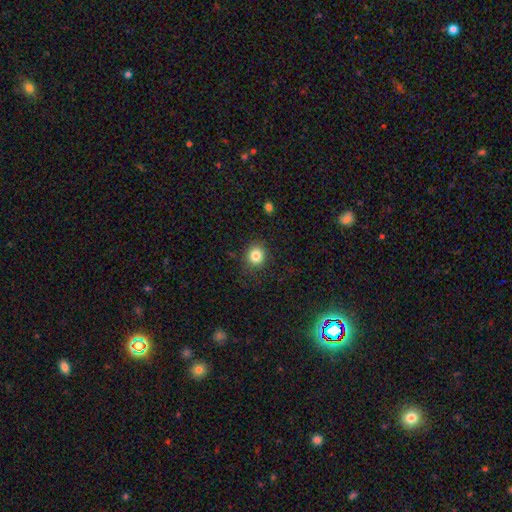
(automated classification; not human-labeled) This is clearly a smooth galaxy (84%). How rounded: clearly round (84%). Merging: clearly none (86%).